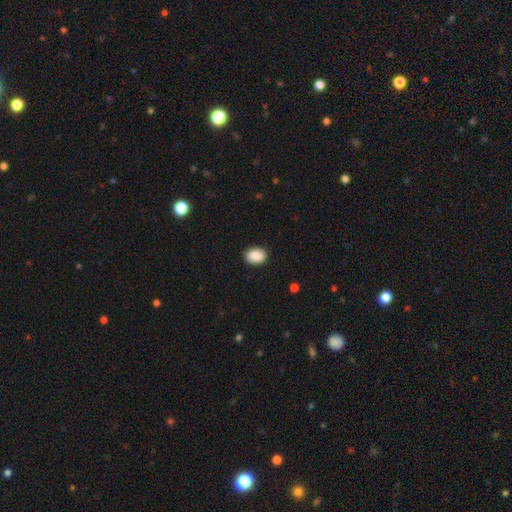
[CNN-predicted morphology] Smooth or featured? Predicted: smooth (p=0.90). How rounded? Predicted: in between (p=0.74). Merging? Predicted: none (p=0.89).